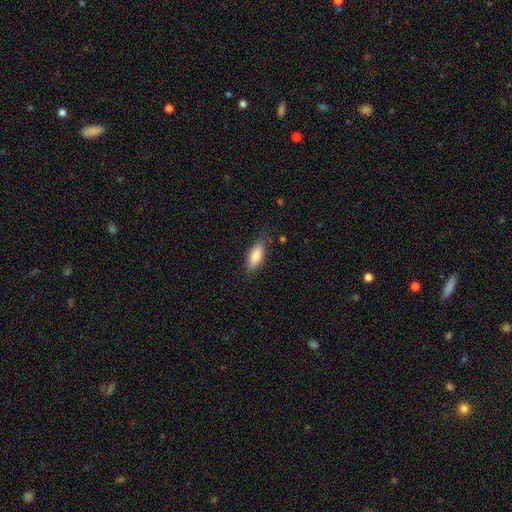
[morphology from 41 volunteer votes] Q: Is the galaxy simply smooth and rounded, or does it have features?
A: smooth — 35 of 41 (85%).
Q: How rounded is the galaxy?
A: in between — 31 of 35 (89%).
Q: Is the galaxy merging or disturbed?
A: none — 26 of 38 (68%).